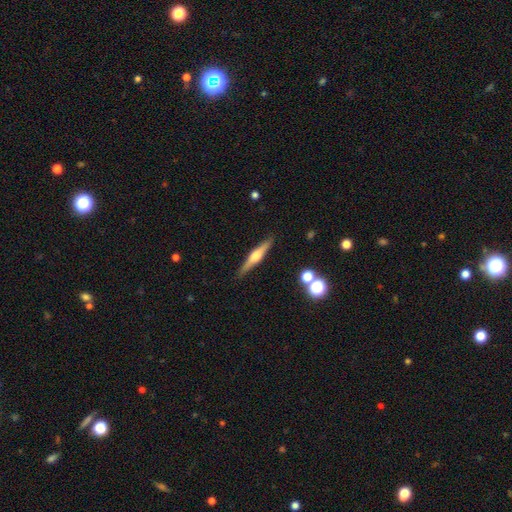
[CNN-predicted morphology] Smooth or featured: featured or disk — 65% (smooth — 28%)
Edge-on disk: yes — 97% (no — 3%)
Edge-on bulge: rounded — 86% (boxy — 10%)
Merging: none — 89% (minor disturbance — 8%)